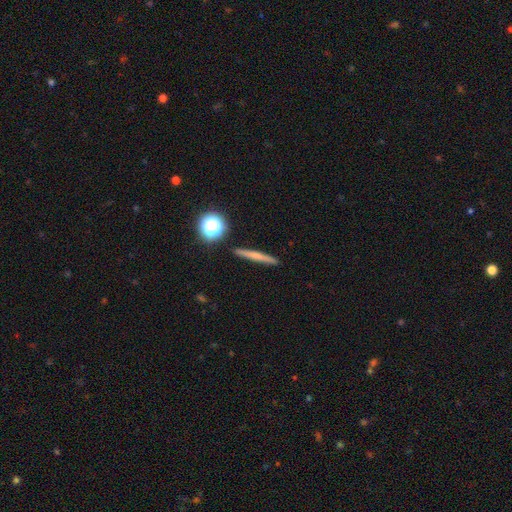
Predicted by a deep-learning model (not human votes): Overall: smooth (53%; featured or disk 37%). How rounded: cigar-shaped (89%). Merging: none (91%).